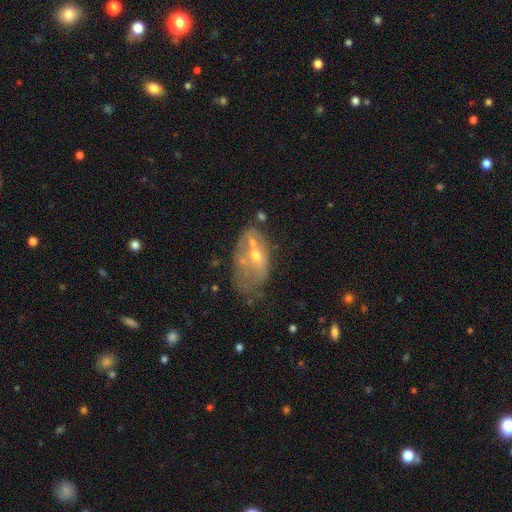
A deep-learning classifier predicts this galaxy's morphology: smooth_or_featured: featured or disk (p=0.54) [alt: smooth p=0.34]
disk_edge_on: no (p=0.93) [alt: yes p=0.07]
bar: no (p=0.77) [alt: weak p=0.18]
has_spiral_arms: no (p=0.77) [alt: yes p=0.23]
bulge_size: small (p=0.54) [alt: moderate p=0.37]
merging: major disturbance (p=0.27) [tied with: none p=0.27]